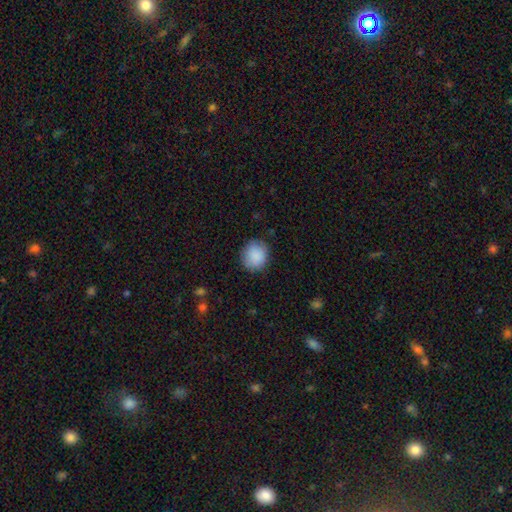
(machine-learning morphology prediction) smooth 89%, star or artifact 7%, featured or disk 4%. Down the decision tree: how rounded — round (81%); merging — none (84%).